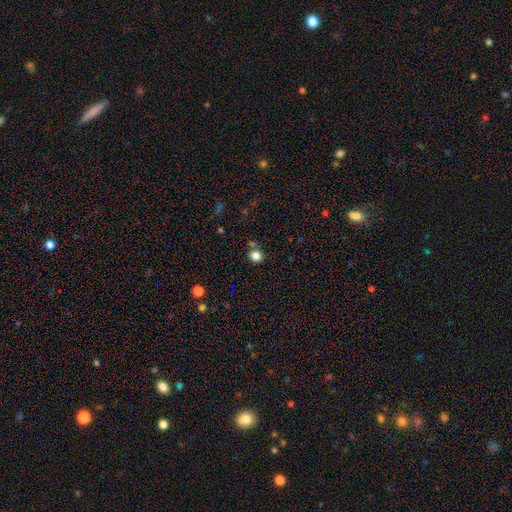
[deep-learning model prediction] This appears to be a smooth galaxy with no disk features (82%) that is round (75%). Merging: none (73%).